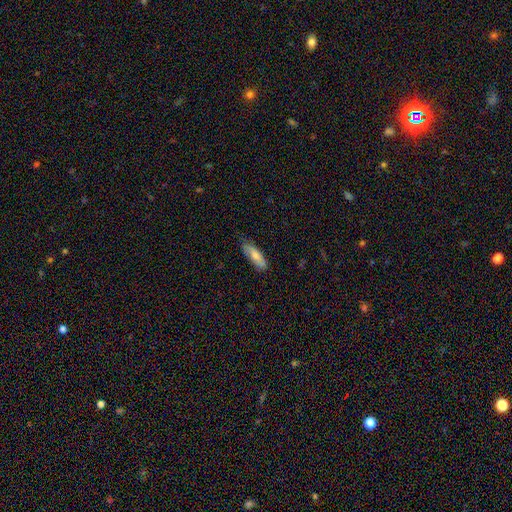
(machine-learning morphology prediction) type=smooth (69%); roundness=in between (58%); merging=none (76%).